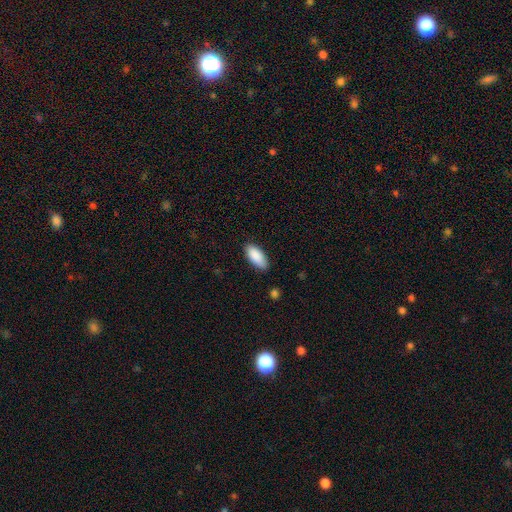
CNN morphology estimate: type=smooth (90%); roundness=in between (86%); merging=none (84%).